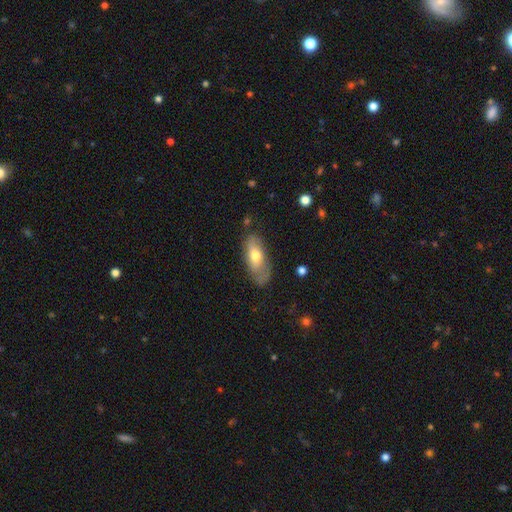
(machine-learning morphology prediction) This is likely a smooth galaxy (64%). How rounded: clearly in between (80%). Merging: likely none (64%).